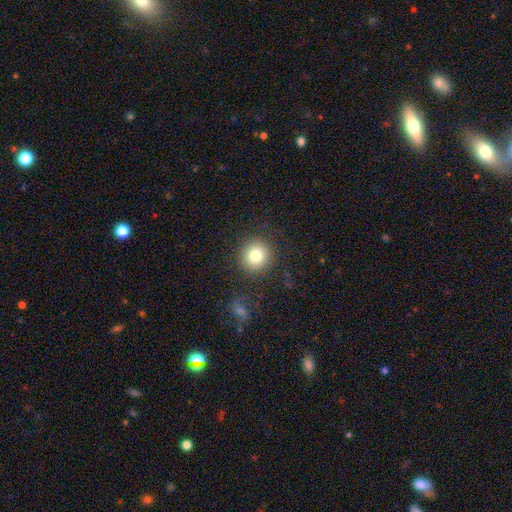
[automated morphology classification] A smooth galaxy with no disk features (80%) that is round (92%). Merging: none (89%).